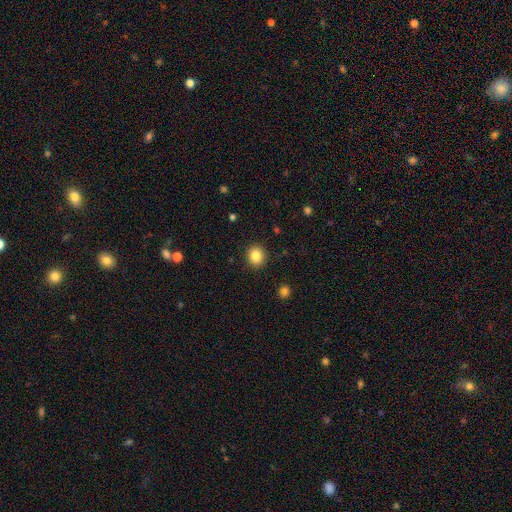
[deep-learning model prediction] Morphology: type=smooth (85%); roundness=round (84%); merging=none (91%).